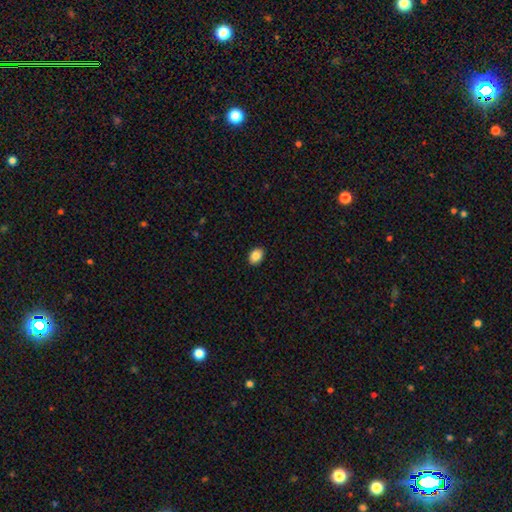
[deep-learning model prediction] Smooth or featured: smooth — 87% (star or artifact — 8%)
How rounded: in between — 72% (round — 27%)
Merging: none — 91% (minor disturbance — 7%)